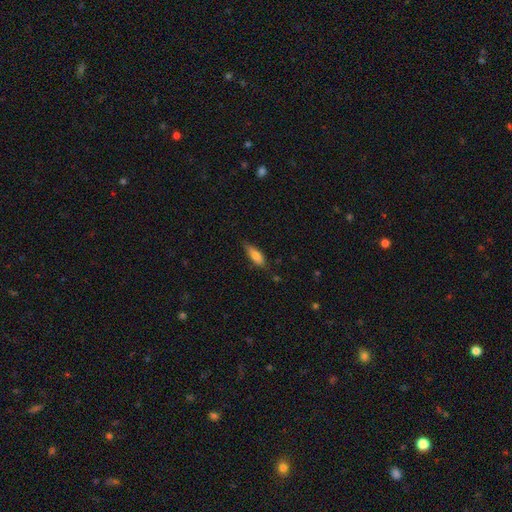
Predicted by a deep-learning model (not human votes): The model was most divided on "how rounded": in between: 65%, cigar-shaped: 33%, round: 2%. More confident: smooth or featured — smooth (77%); merging — none (72%).